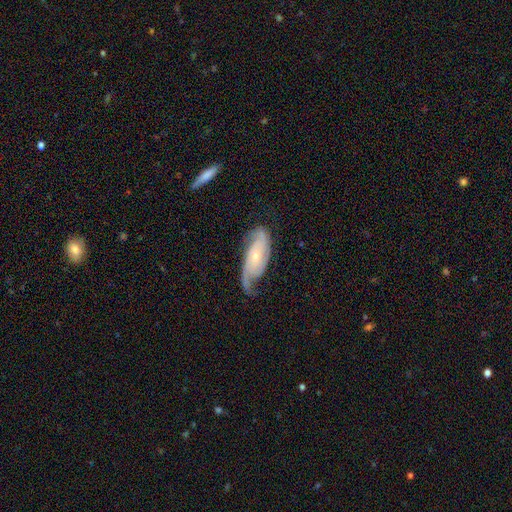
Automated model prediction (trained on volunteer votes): Morphology: type=featured or disk (82%); edge-on=no (93%); bar=no (68%); spiral arms=yes (96%); winding=tight (41%); arm count=2 (69%); bulge=small (67%); merging=none (61%).